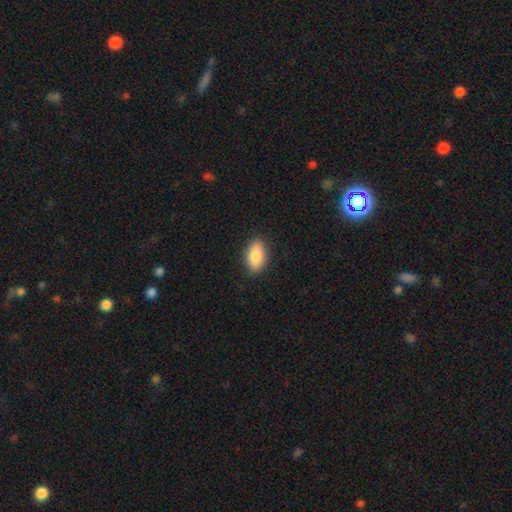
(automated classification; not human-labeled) Overall: smooth (87%). How rounded: in between (90%). Merging: none (89%).